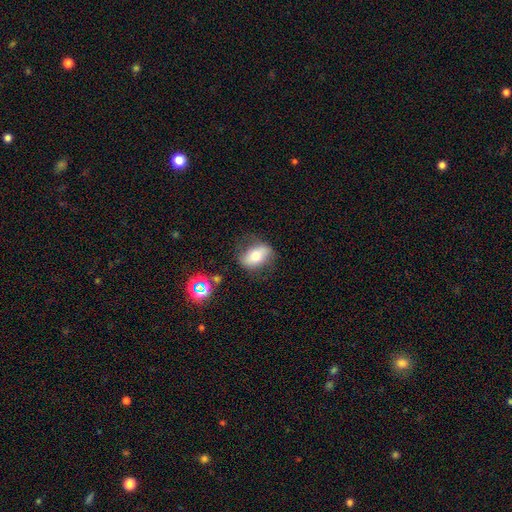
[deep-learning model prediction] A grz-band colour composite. It shows a smooth galaxy with no disk features (56%) that is in between round and cigar-shaped (82%). Merging: none (70%).